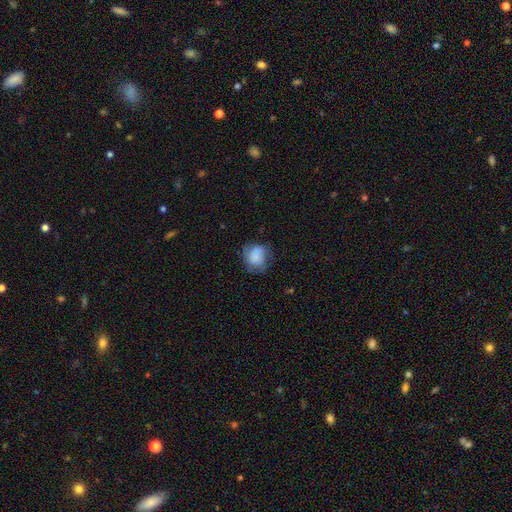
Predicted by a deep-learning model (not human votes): smooth_or_featured: smooth (p=0.72) [alt: featured or disk p=0.19]
how_rounded: round (p=0.70) [alt: in between p=0.29]
merging: none (p=0.56) [alt: minor disturbance p=0.29]